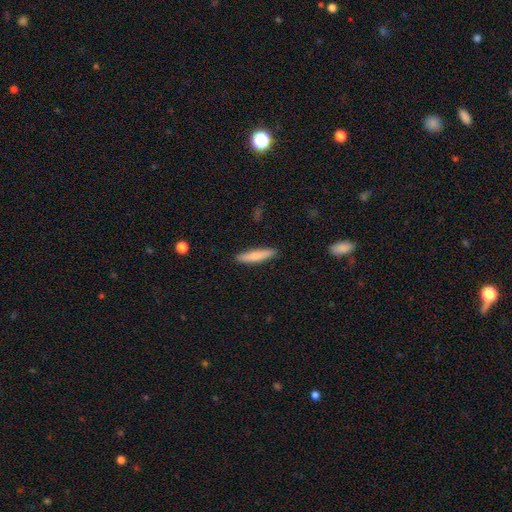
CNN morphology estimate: Smooth or featured?
  - smooth: 74% *
  - featured or disk: 20%
  - star or artifact: 6%
How rounded?
  - cigar-shaped: 82% *
  - in between: 17%
  - round: 1%
Merging?
  - none: 89% *
  - minor disturbance: 8%
  - major disturbance: 2%
  - merger: 1%